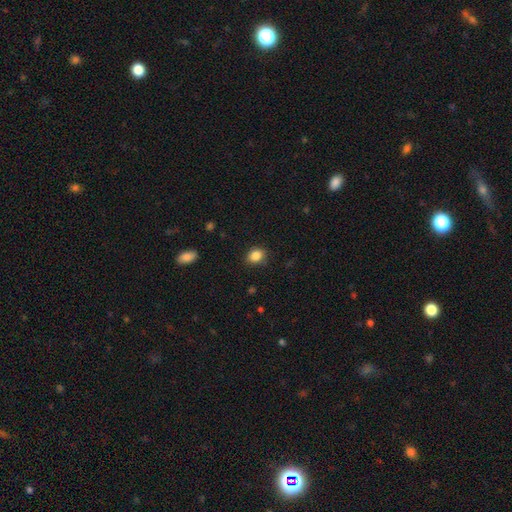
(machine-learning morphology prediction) The model was most divided on "how rounded": in between: 53%, round: 46%, cigar-shaped: 1%. More confident: smooth or featured — smooth (86%); merging — none (83%).